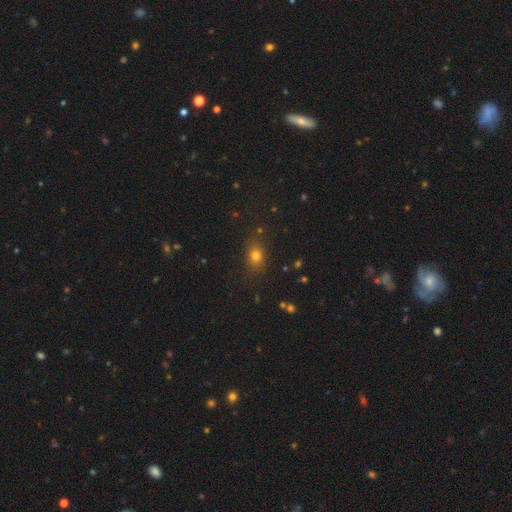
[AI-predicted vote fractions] A smooth galaxy with no disk features (73%) that is in between round and cigar-shaped (56%).

Vote fractions:
- Smooth or featured? smooth: 73% / star or artifact: 18% / featured or disk: 9%
- How rounded? in between: 56% / round: 42% / cigar-shaped: 2%
- Merging? none: 83% / minor disturbance: 12% / major disturbance: 4% / merger: 2%